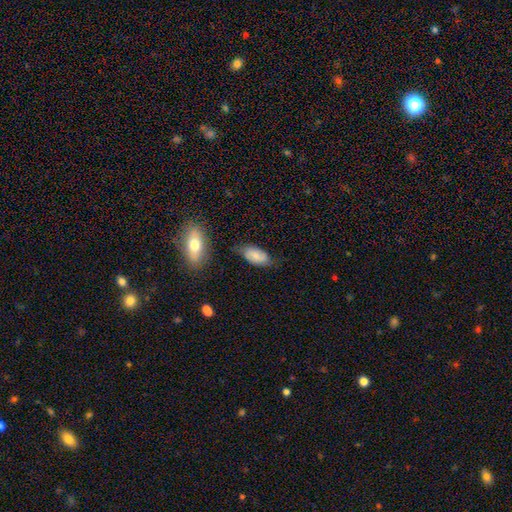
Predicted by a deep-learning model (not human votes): Smooth or featured?
  - smooth: 68% *
  - featured or disk: 25%
  - star or artifact: 7%
How rounded?
  - in between: 93% *
  - cigar-shaped: 4%
  - round: 3%
Merging?
  - none: 67% *
  - minor disturbance: 23%
  - merger: 5%
  - major disturbance: 5%